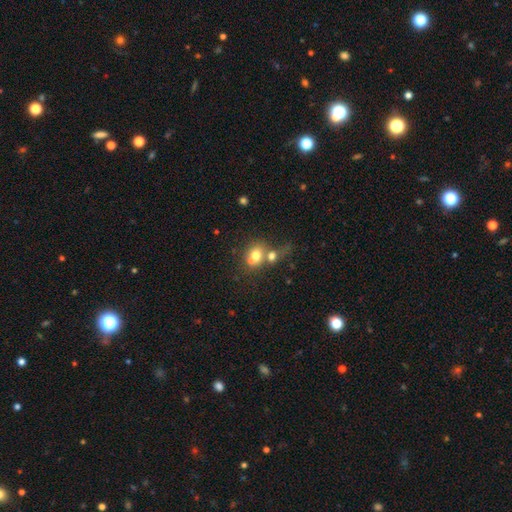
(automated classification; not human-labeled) A smooth galaxy with no disk features (67%) that is round (65%). Merging: merger (53%).